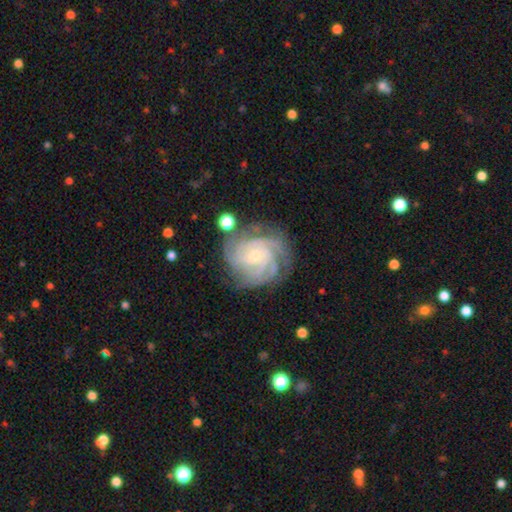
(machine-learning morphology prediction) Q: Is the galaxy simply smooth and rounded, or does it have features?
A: featured or disk — 88%.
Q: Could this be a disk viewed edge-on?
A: no — 98%.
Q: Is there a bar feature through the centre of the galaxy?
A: no — 67%.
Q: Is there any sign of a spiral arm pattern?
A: yes — 98%.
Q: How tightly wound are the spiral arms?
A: tight — 73%.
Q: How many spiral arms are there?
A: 4 — 40%.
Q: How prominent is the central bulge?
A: small — 72%.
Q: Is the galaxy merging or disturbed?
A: none — 74%.